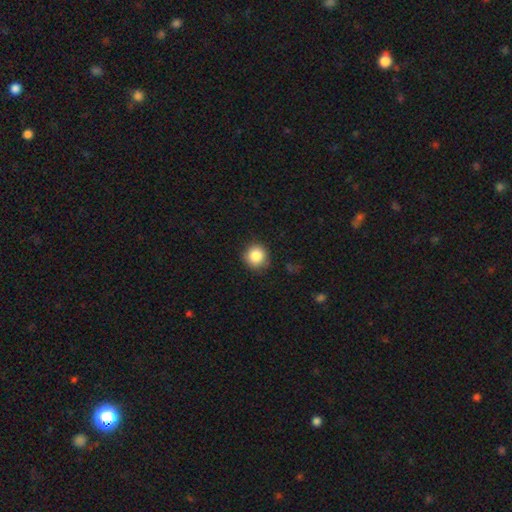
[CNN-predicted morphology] A smooth galaxy with no disk features (86%) that is round (92%). Merging: none (86%).